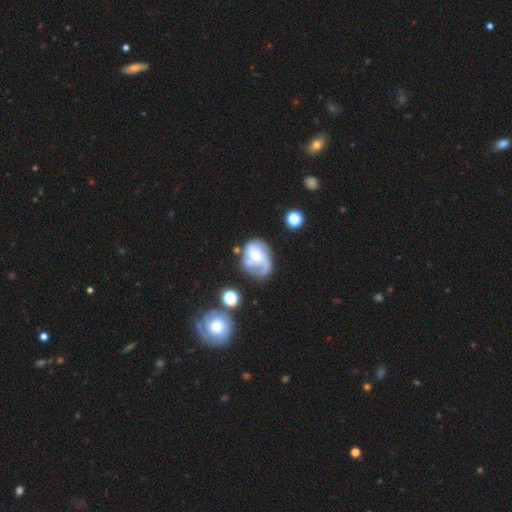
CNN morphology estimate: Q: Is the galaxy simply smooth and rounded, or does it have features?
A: featured or disk — 63%.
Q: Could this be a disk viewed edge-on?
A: no — 97%.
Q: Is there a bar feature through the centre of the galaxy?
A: no — 72%.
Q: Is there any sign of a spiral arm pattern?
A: yes — 73%.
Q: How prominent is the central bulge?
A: small — 43%.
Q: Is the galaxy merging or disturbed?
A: none — 35%.